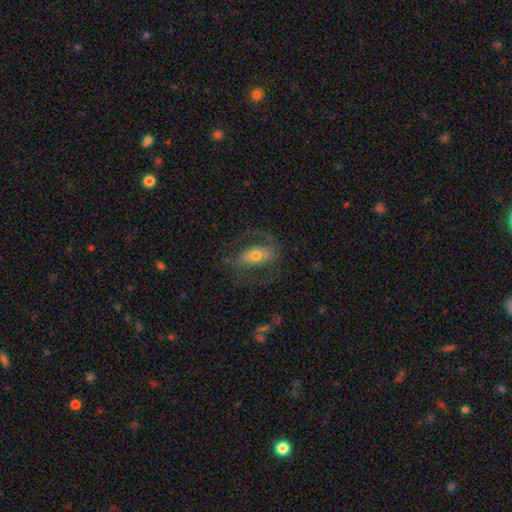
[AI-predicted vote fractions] smooth-or-featured: featured or disk: 66% | smooth: 27% | star or artifact: 7%
  disk-edge-on: no: 93% | yes: 7%
    bar: strong: 37% | weak: 35% | no: 29%
    has-spiral-arms: yes: 75% | no: 25%
    bulge-size: moderate: 60% | small: 28% | large: 9% | none: 2% | dominant: 2%
  merging: none: 62% | major disturbance: 20% | minor disturbance: 16% | merger: 2%